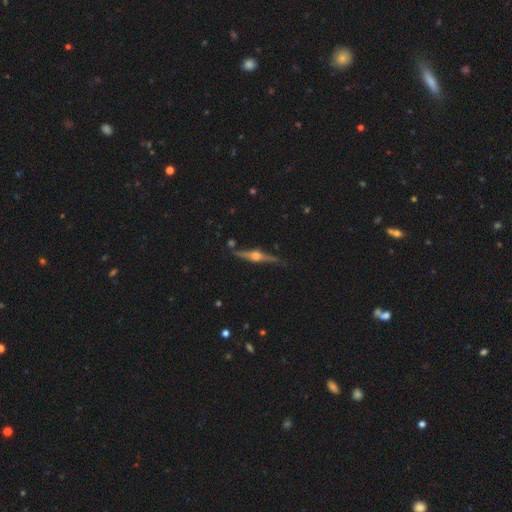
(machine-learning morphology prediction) A featured or disk galaxy (84%) viewed edge-on (98%) with a rounded central bulge (94%).

Vote fractions:
- Smooth or featured? featured or disk: 84% / smooth: 10% / star or artifact: 6%
- Edge-on disk? yes: 98% / no: 2%
- Edge-on bulge? rounded: 94% / boxy: 4% / none: 2%
- Merging? none: 85% / minor disturbance: 10% / merger: 3% / major disturbance: 2%